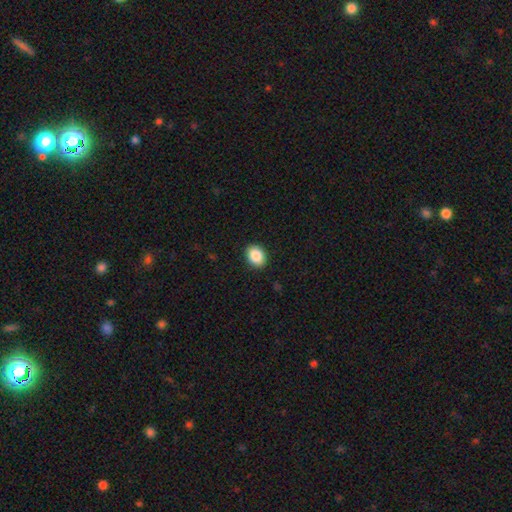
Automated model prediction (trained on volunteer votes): smooth 88%, star or artifact 8%, featured or disk 4%. Down the decision tree: how rounded — in between (64%); merging — none (91%).